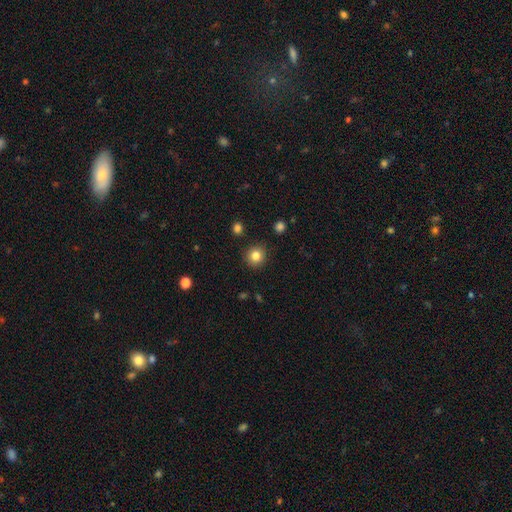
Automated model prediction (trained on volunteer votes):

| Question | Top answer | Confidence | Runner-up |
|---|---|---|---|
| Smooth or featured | smooth | 83% | star or artifact (11%) |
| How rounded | round | 91% | in between (8%) |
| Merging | none | 90% | minor disturbance (6%) |